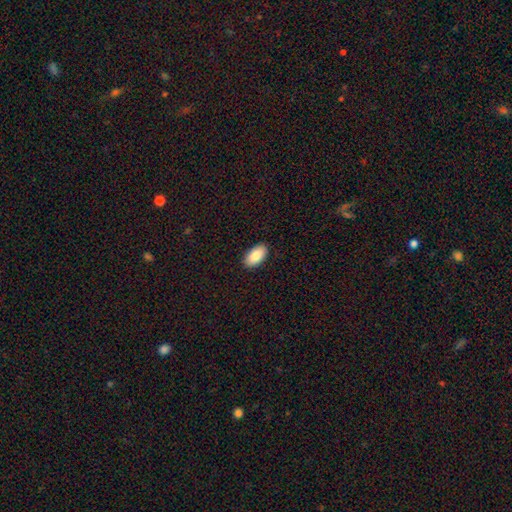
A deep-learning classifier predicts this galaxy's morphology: Smooth or featured?
  - smooth: 87% *
  - featured or disk: 7%
  - star or artifact: 6%
How rounded?
  - in between: 95% *
  - round: 3%
  - cigar-shaped: 2%
Merging?
  - none: 90% *
  - minor disturbance: 7%
  - major disturbance: 2%
  - merger: 1%